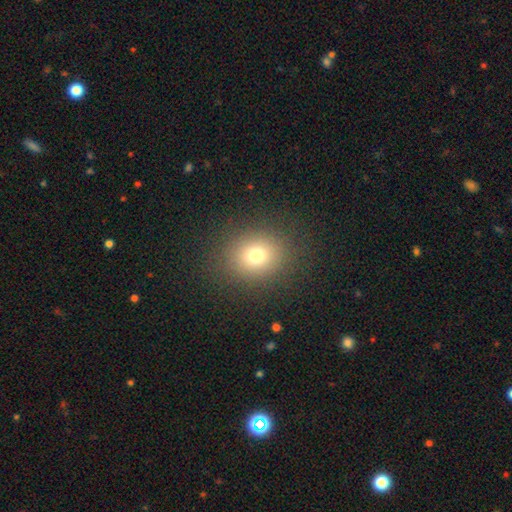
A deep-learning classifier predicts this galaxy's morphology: Overall: smooth (73%). How rounded: round (69%; in between 30%). Merging: none (87%).